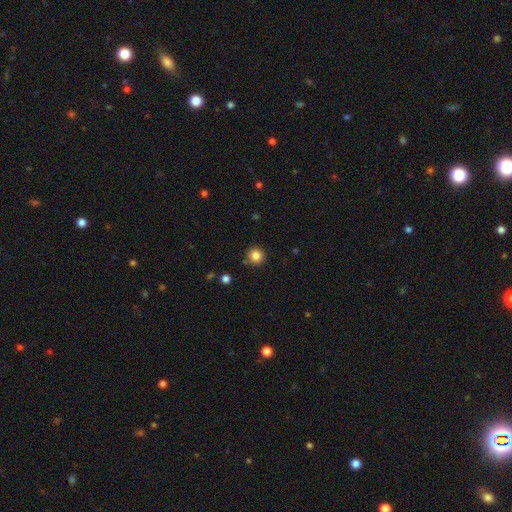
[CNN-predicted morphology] smooth-or-featured: smooth: 85% | star or artifact: 11% | featured or disk: 5%
  how-rounded: round: 92% | in between: 7% | cigar-shaped: 1%
  merging: none: 88% | minor disturbance: 7% | merger: 2% | major disturbance: 2%